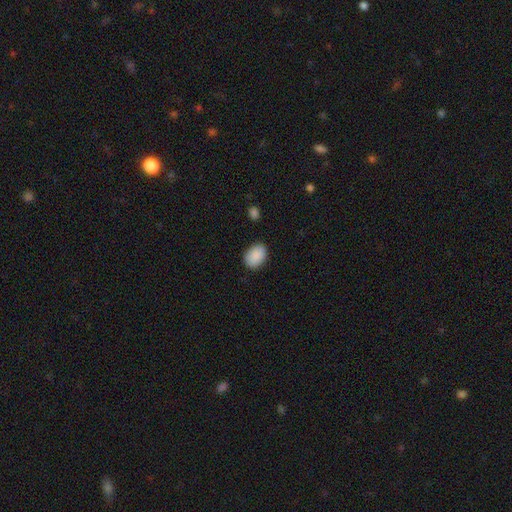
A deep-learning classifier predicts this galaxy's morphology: This is clearly a smooth galaxy (90%). How rounded: likely in between (80%). Merging: clearly none (84%).